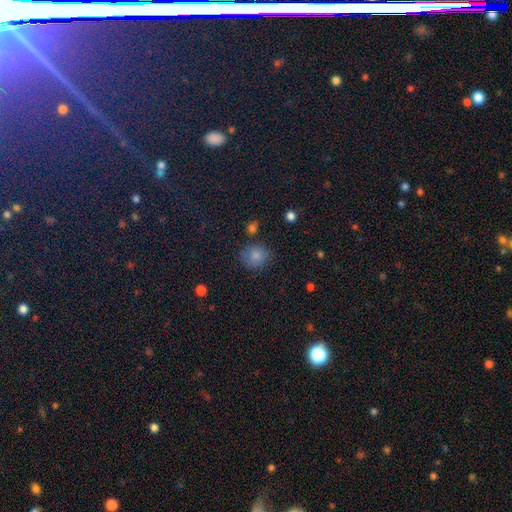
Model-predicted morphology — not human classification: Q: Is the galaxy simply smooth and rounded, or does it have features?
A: smooth — 81%.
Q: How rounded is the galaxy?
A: round — 75%.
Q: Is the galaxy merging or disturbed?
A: none — 73%.